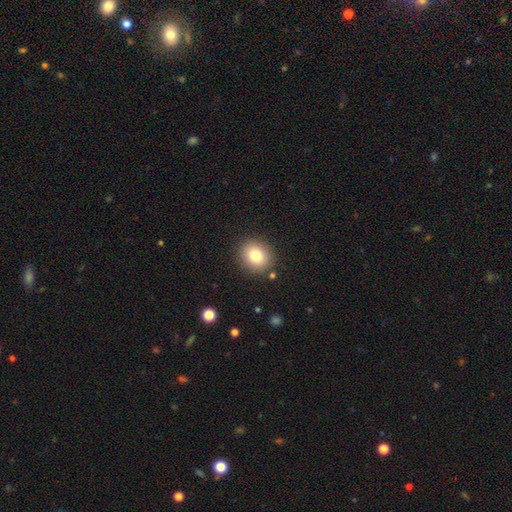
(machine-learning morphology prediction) Smooth or featured?
  - smooth: 80% *
  - star or artifact: 11%
  - featured or disk: 9%
How rounded?
  - round: 79% *
  - in between: 20%
  - cigar-shaped: 1%
Merging?
  - none: 88% *
  - minor disturbance: 7%
  - major disturbance: 2%
  - merger: 2%